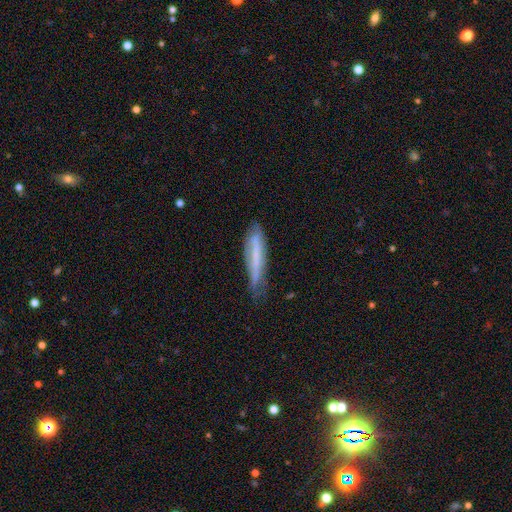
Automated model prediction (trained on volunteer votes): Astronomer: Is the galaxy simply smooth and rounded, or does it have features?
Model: smooth — 47% (runner-up: featured or disk, 45%).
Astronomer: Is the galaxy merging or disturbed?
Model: none — 56% (runner-up: minor disturbance, 31%).